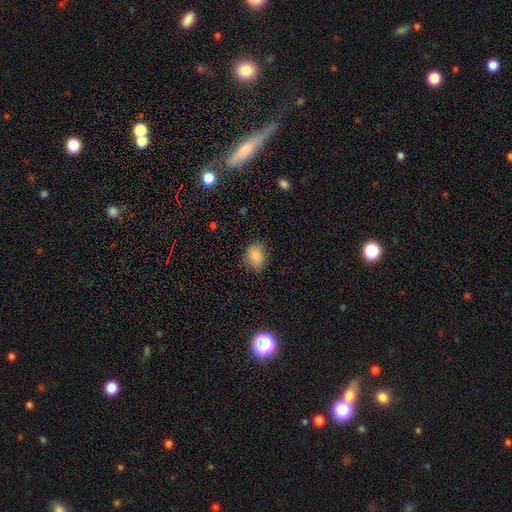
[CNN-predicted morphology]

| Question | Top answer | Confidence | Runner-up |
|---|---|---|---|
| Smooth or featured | smooth | 84% | star or artifact (9%) |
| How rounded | in between | 67% | round (32%) |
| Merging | none | 80% | minor disturbance (15%) |